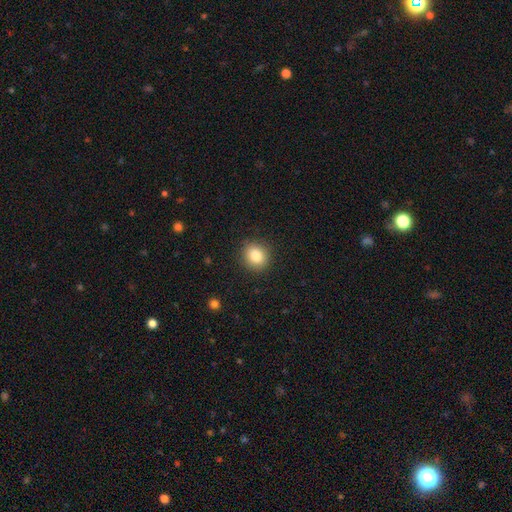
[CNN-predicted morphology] This appears to be a smooth galaxy with no disk features (83%) that is round (78%). Merging: none (89%).